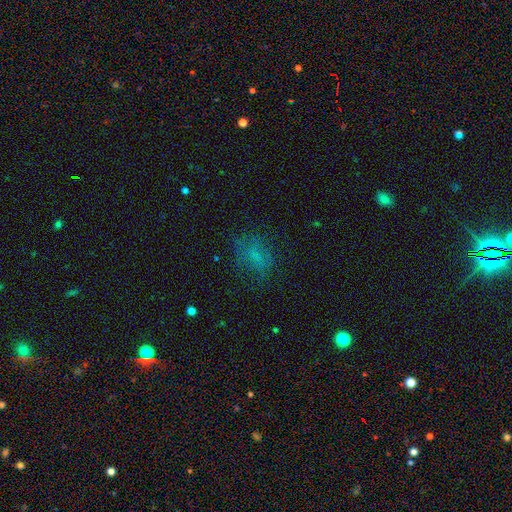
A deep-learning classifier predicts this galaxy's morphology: This appears to be a smooth galaxy with no disk features (57%) that is in between round and cigar-shaped (57%). Merging: none (62%).